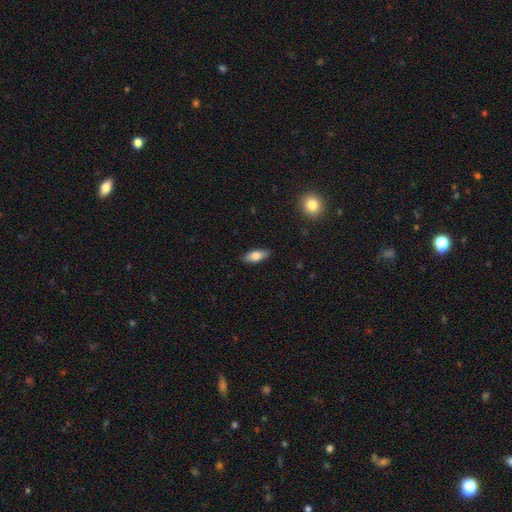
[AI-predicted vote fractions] smooth_or_featured: smooth (p=0.75) [alt: featured or disk p=0.19]
how_rounded: in between (p=0.77) [alt: cigar-shaped p=0.20]
merging: none (p=0.87) [alt: minor disturbance p=0.10]